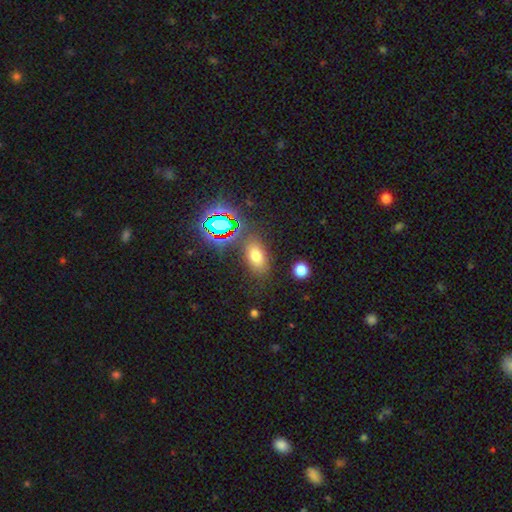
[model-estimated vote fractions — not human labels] Morphology: type=smooth (65%); roundness=in between (85%); merging=none (80%).